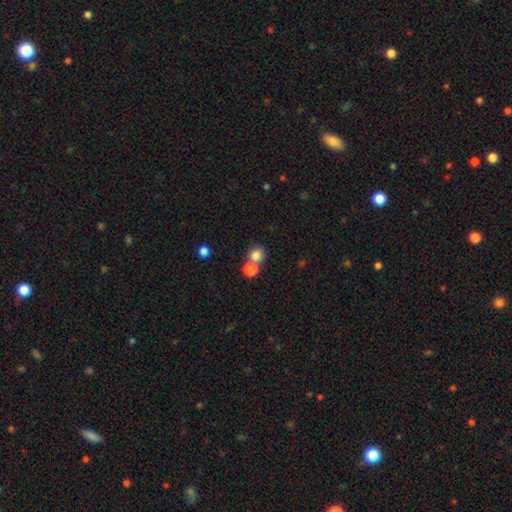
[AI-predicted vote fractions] Smooth or featured: smooth — 81% (star or artifact — 13%)
How rounded: round — 86% (in between — 14%)
Merging: none — 57% (merger — 33%)